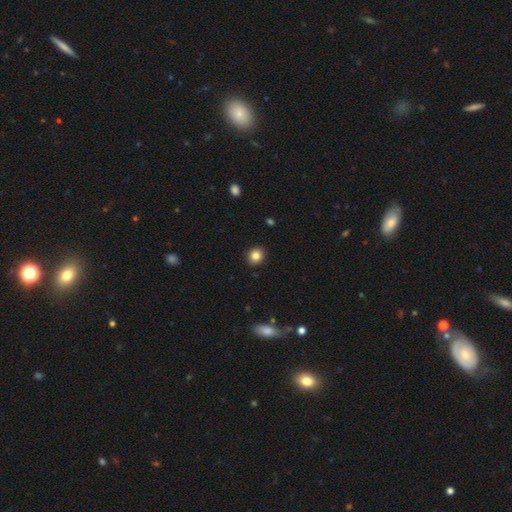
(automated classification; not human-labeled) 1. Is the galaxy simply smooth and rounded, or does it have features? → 84% smooth, 10% star or artifact, 6% featured or disk.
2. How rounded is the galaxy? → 76% round, 23% in between, 1% cigar-shaped.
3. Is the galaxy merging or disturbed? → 91% none, 6% minor disturbance, 2% major disturbance, 1% merger.